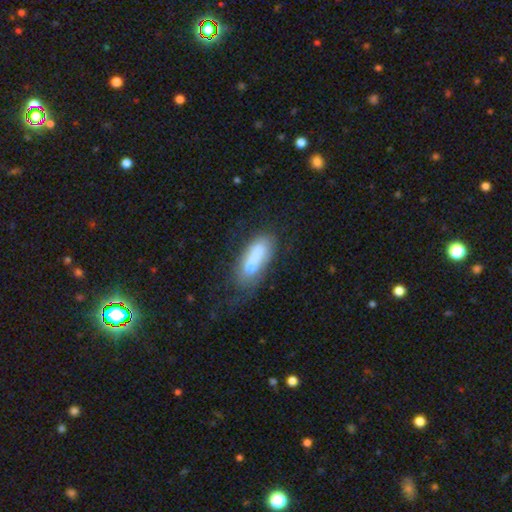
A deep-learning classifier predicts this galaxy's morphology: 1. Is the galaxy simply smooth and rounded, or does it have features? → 64% smooth, 27% featured or disk, 9% star or artifact.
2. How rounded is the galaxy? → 67% in between, 29% cigar-shaped, 4% round.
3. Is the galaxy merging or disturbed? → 34% none, 26% merger, 21% minor disturbance, 18% major disturbance.